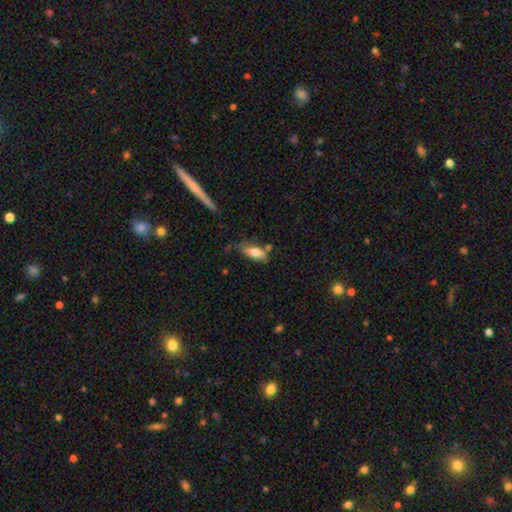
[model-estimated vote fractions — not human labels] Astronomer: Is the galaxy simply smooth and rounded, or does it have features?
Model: smooth — 67%.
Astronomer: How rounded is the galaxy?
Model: in between — 74%.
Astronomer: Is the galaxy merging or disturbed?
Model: none — 55%.